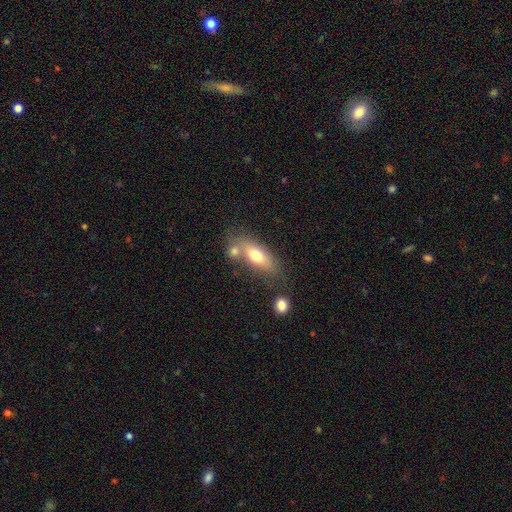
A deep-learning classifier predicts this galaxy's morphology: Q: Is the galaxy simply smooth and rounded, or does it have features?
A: smooth — 67%.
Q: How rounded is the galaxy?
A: in between — 72%.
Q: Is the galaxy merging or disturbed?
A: none — 52%.